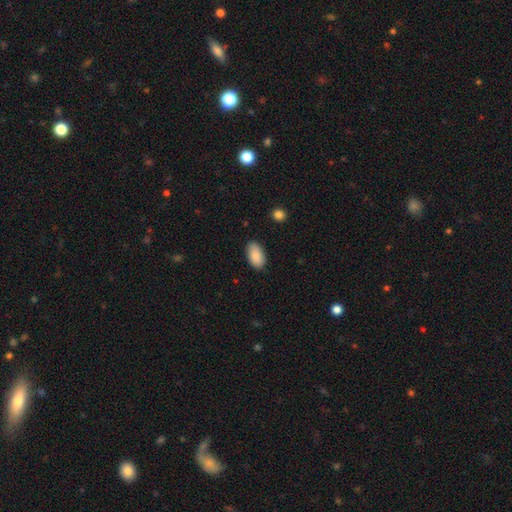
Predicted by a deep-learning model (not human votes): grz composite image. It shows a smooth galaxy with no disk features (89%) that is in between round and cigar-shaped (95%). Merging: none (85%).